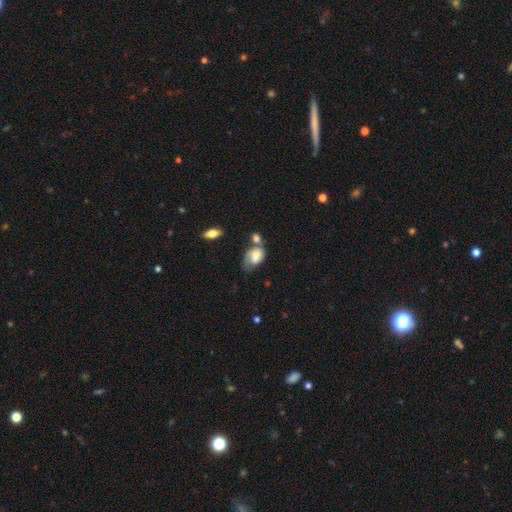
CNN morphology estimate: A smooth galaxy with no disk features (60%) that is in between round and cigar-shaped (86%). Merging: none (29%).